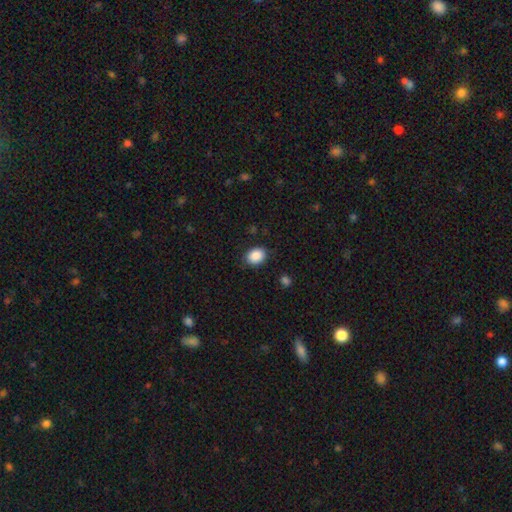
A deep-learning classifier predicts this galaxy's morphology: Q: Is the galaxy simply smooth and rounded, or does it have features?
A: smooth — 89%.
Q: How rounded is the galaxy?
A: in between — 61%.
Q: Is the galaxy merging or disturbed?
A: none — 85%.